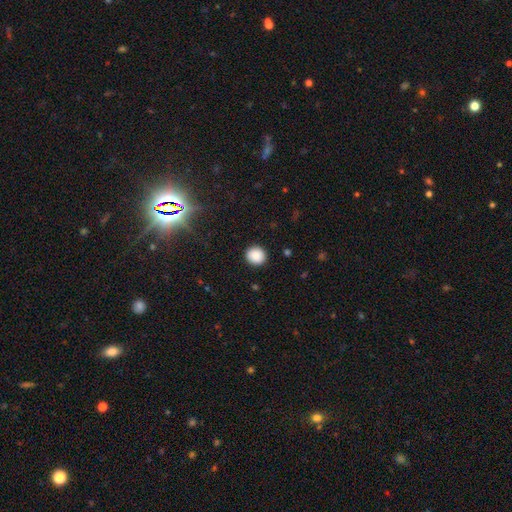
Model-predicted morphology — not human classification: This appears to be a smooth galaxy with no disk features (88%) that is round (90%). Merging: none (91%).